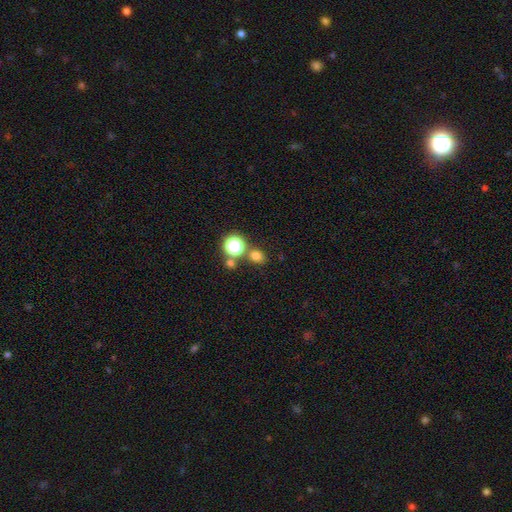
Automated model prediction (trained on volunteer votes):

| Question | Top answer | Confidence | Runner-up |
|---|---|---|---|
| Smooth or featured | smooth | 72% | star or artifact (22%) |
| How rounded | round | 66% | in between (33%) |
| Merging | none | 73% | merger (15%) |